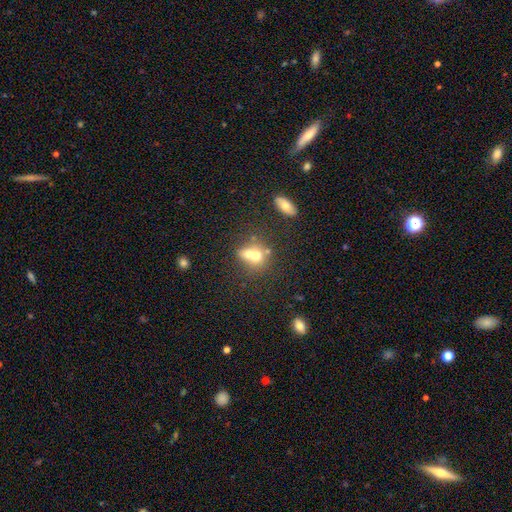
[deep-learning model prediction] Smooth or featured? smooth (62%)
How rounded? round (64%)
Merging? merger (58%)